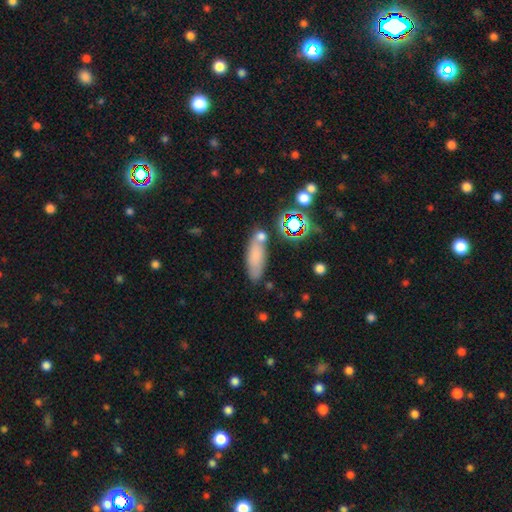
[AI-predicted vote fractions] Smooth or featured: smooth — 70% (star or artifact — 16%)
How rounded: in between — 59% (cigar-shaped — 36%)
Merging: none — 62% (minor disturbance — 17%)